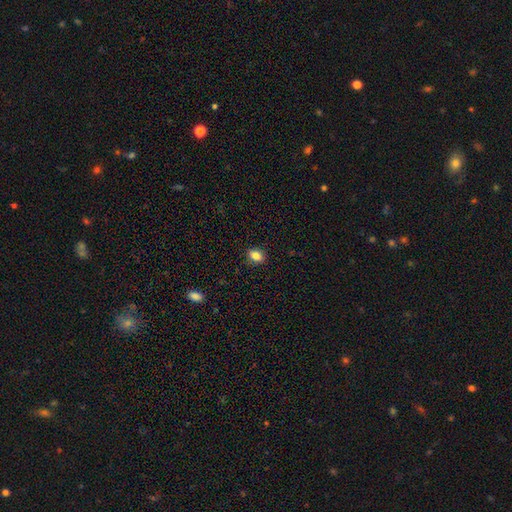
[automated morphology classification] Overall: smooth (84%). How rounded: in between (67%; round 32%). Merging: none (89%).